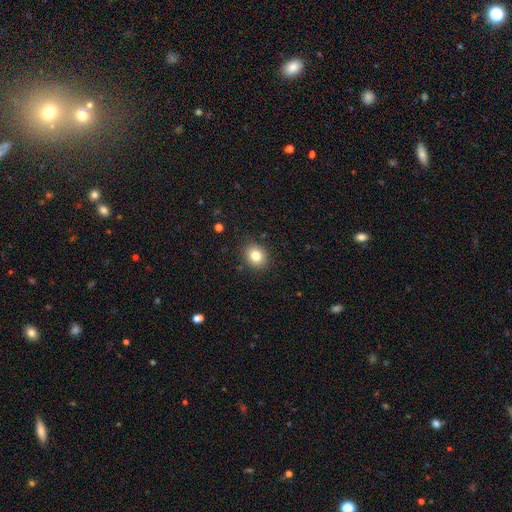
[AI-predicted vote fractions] smooth 82%, star or artifact 11%, featured or disk 8%. Down the decision tree: how rounded — round (65%); merging — none (89%).